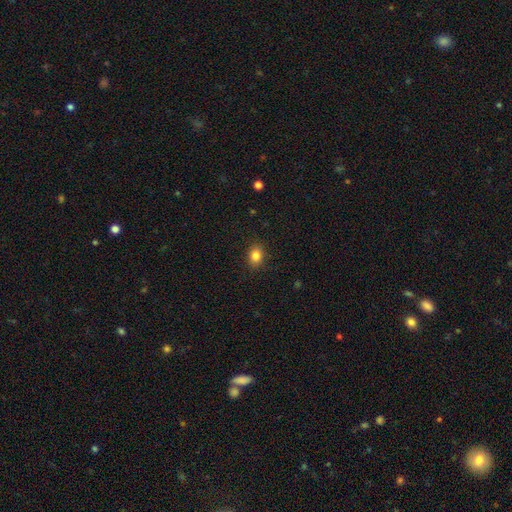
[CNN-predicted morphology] A smooth galaxy with no disk features (84%) that is in between round and cigar-shaped (56%).

Vote fractions:
- Smooth or featured? smooth: 84% / star or artifact: 11% / featured or disk: 5%
- How rounded? in between: 56% / round: 43% / cigar-shaped: 1%
- Merging? none: 88% / minor disturbance: 8% / major disturbance: 2% / merger: 1%